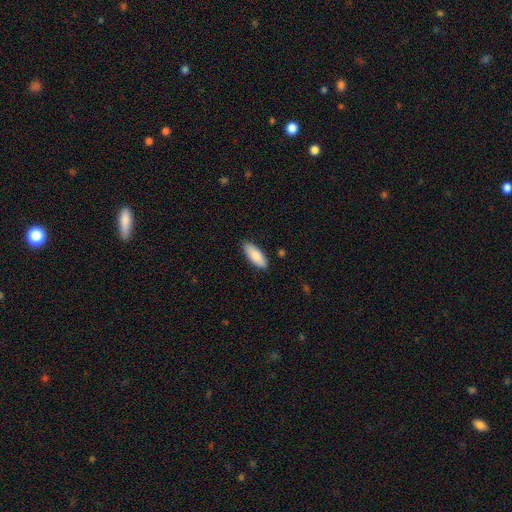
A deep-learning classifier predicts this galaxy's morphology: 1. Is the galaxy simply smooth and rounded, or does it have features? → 86% smooth, 9% featured or disk, 6% star or artifact.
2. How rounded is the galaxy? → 73% in between, 26% cigar-shaped, 2% round.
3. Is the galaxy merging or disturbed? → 87% none, 10% minor disturbance, 2% major disturbance, 1% merger.